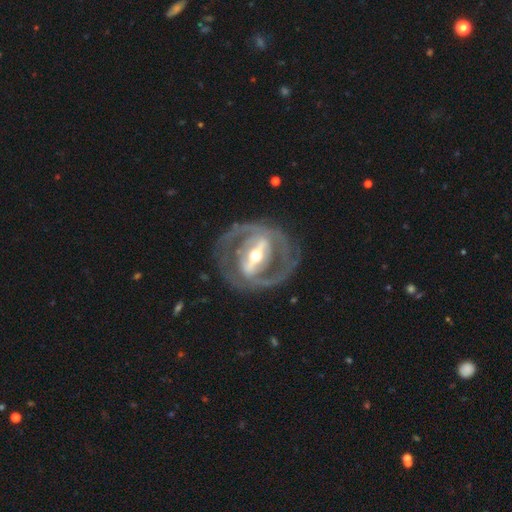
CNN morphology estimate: A featured or disk galaxy (86%) with a strong bar (74%), 2 (75%) tight (50%) spiral arms (66%) and a moderate central bulge (61%). Merging: none (77%).